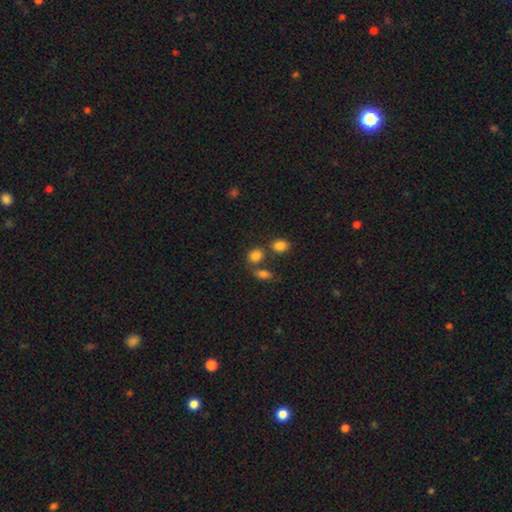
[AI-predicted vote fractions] This appears to be a smooth galaxy with no disk features (82%) that is round (53%). Merging: none (57%).